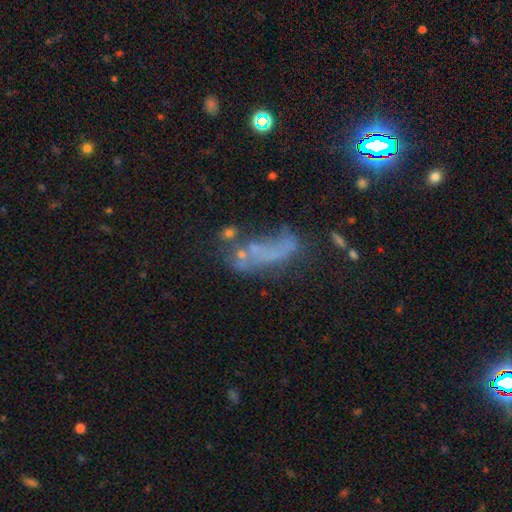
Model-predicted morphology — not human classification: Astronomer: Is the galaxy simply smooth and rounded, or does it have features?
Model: featured or disk — 41% (runner-up: smooth, 35%).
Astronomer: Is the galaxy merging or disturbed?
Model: none — 31% (runner-up: major disturbance, 29%).